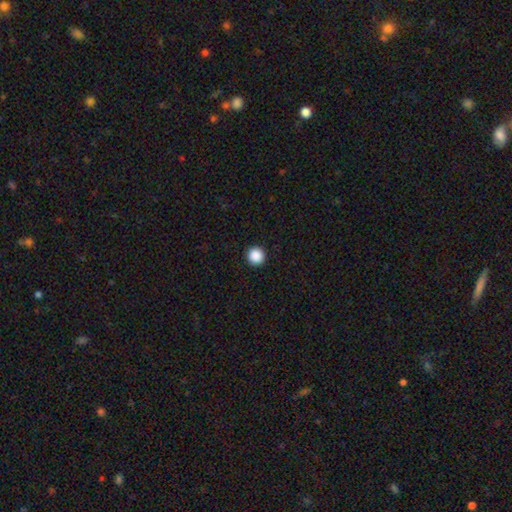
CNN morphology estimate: smooth_or_featured: smooth (p=0.89) [alt: star or artifact p=0.09]
how_rounded: round (p=0.96) [alt: in between p=0.03]
merging: none (p=0.94) [alt: minor disturbance p=0.04]